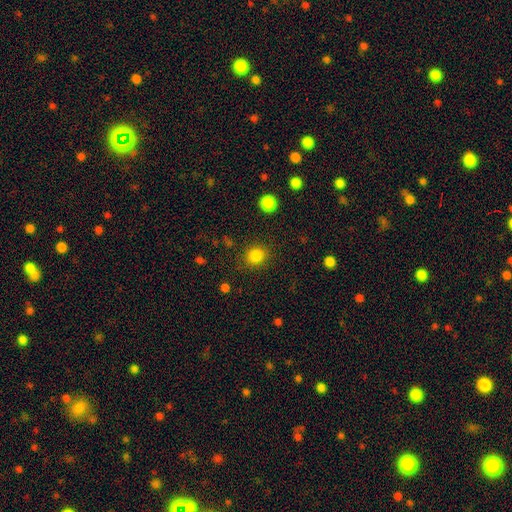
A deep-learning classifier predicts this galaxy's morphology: type=smooth (84%); roundness=round (83%); merging=none (87%).